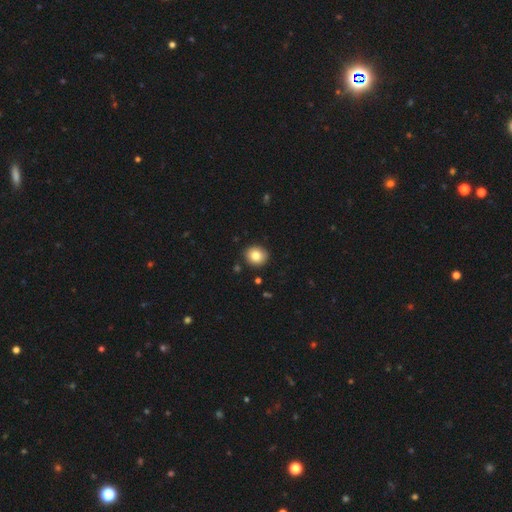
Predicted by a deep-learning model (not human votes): This is clearly a smooth galaxy (82%). How rounded: clearly round (81%). Merging: clearly none (90%).